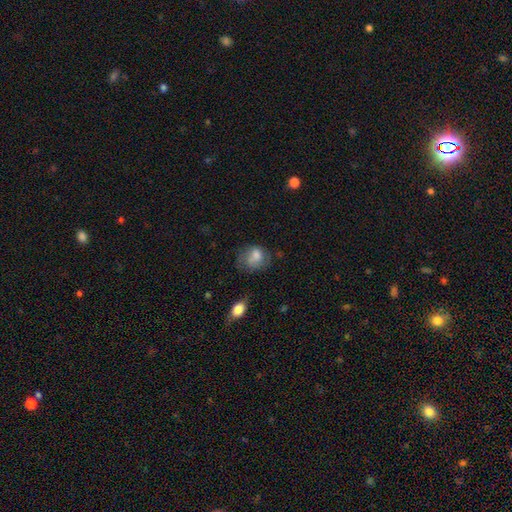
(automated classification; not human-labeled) Overall: smooth (70%). How rounded: in between (53%; round 46%). Merging: none (43%; minor disturbance 30%).